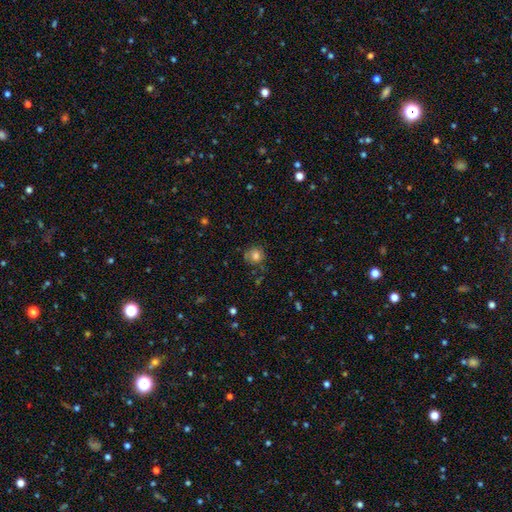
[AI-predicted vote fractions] A smooth galaxy with no disk features (78%) that is round (87%). Merging: none (72%).